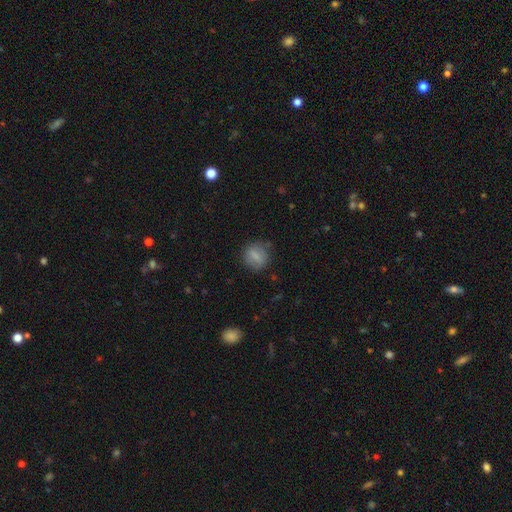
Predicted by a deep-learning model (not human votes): Morphology: type=smooth (78%); roundness=round (76%); merging=none (77%).